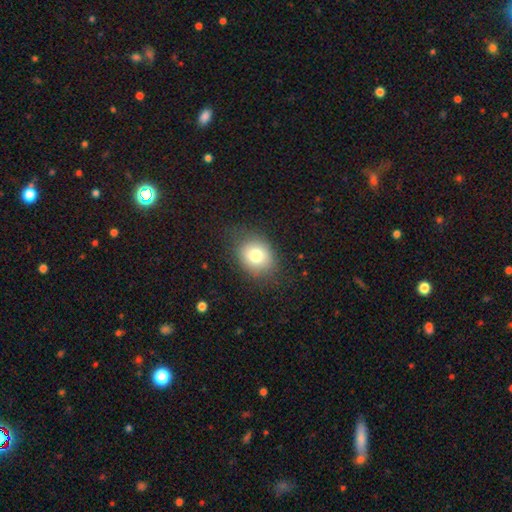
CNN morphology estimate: smooth_or_featured: smooth (p=0.78) [alt: featured or disk p=0.12]
how_rounded: round (p=0.50) [alt: in between p=0.49]
merging: none (p=0.78) [alt: minor disturbance p=0.15]